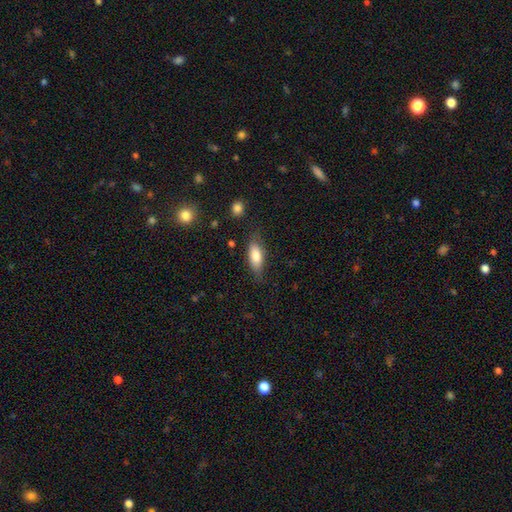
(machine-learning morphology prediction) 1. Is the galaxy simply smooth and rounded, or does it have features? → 78% smooth, 15% featured or disk, 7% star or artifact.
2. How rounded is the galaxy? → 73% in between, 24% cigar-shaped, 3% round.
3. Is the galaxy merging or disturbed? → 74% none, 19% minor disturbance, 5% major disturbance, 2% merger.